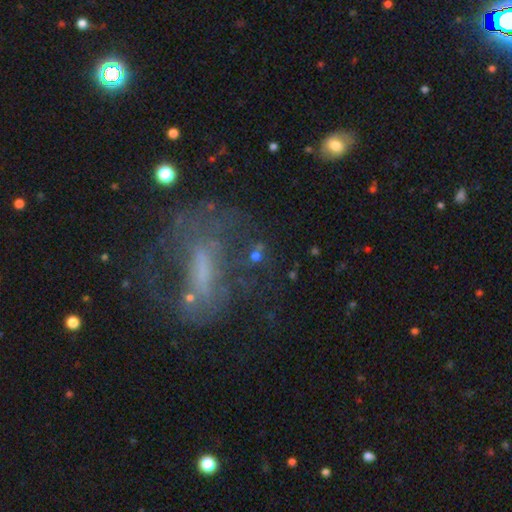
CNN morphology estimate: The model was most divided on "smooth or featured": smooth: 43%, star or artifact: 29%, featured or disk: 28%. More confident: merging — none (65%).